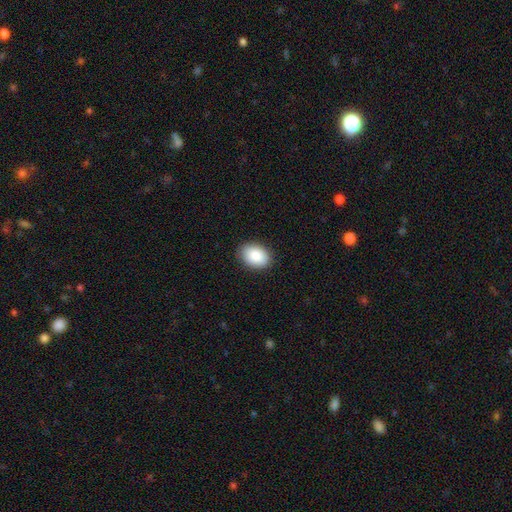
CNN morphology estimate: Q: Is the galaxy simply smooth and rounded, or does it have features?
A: smooth — 88%.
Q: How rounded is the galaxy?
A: in between — 76%.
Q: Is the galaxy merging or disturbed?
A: none — 89%.